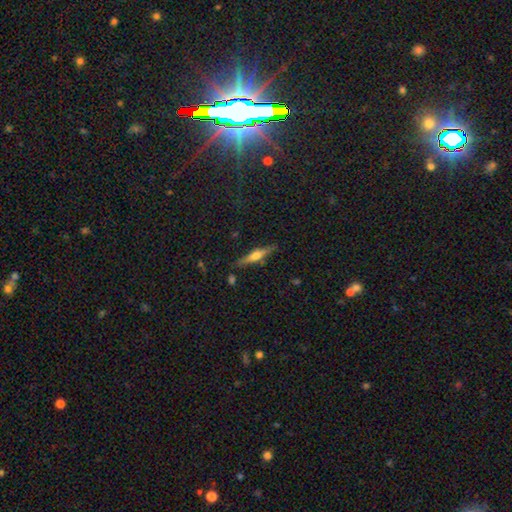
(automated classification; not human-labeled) Smooth or featured? Predicted: featured or disk (p=0.59). Edge-on disk? Predicted: yes (p=0.96). Edge-on bulge? Predicted: rounded (p=0.87). Merging? Predicted: none (p=0.85).